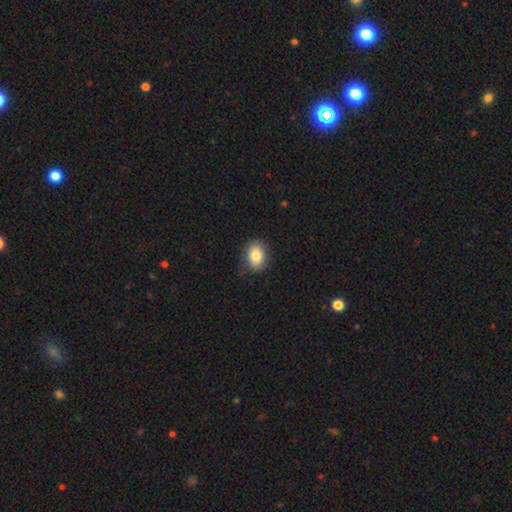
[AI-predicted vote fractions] Q: Smooth or featured?
A: smooth (82%); runner-up: featured or disk (10%)
Q: How rounded?
A: in between (67%); runner-up: round (32%)
Q: Merging?
A: none (82%); runner-up: minor disturbance (14%)